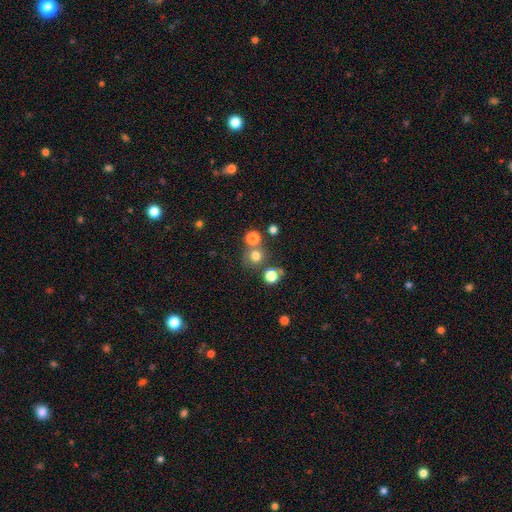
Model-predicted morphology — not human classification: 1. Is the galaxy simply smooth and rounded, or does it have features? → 73% smooth, 18% star or artifact, 9% featured or disk.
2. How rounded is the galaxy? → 89% round, 10% in between, 1% cigar-shaped.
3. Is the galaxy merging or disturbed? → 67% none, 21% merger, 8% minor disturbance, 4% major disturbance.